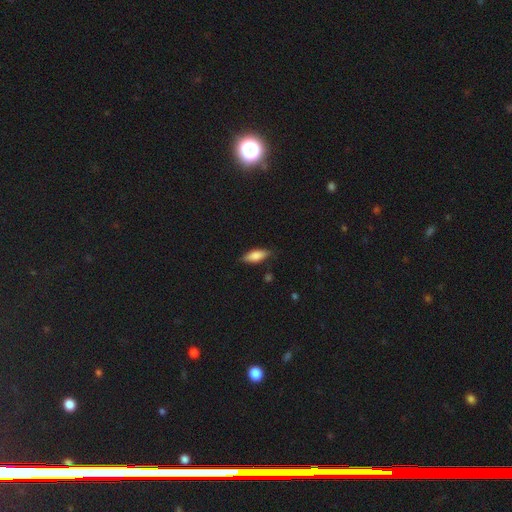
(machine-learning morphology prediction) smooth-or-featured: smooth: 79% | featured or disk: 14% | star or artifact: 7%
  how-rounded: in between: 72% | cigar-shaped: 25% | round: 2%
  merging: none: 81% | minor disturbance: 15% | major disturbance: 3% | merger: 1%